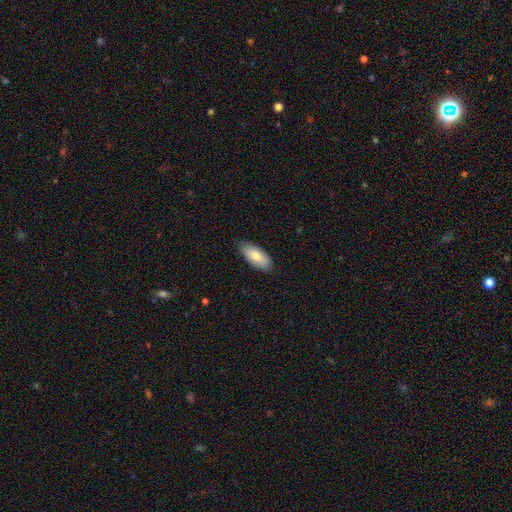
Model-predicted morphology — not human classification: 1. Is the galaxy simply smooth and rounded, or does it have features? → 77% smooth, 17% featured or disk, 6% star or artifact.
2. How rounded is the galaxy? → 87% in between, 11% cigar-shaped, 2% round.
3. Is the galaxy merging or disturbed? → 82% none, 15% minor disturbance, 2% major disturbance, 1% merger.